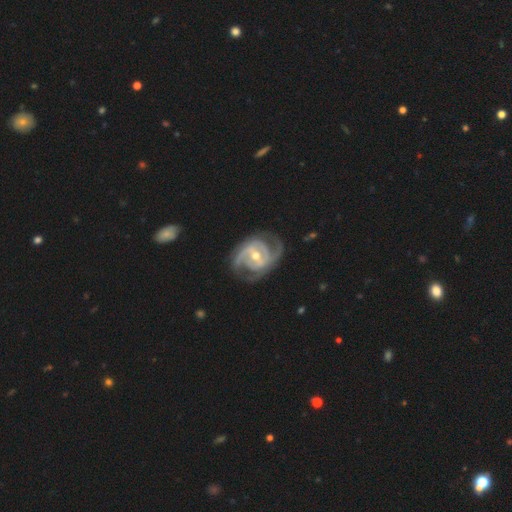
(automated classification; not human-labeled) The model was most divided on "spiral winding" (2-way tie): medium: 45%, tight: 45%, loose: 10%. Remaining: edge-on disk — no (97%); spiral arms — yes (97%); smooth or featured — featured or disk (92%); merging — none (72%); bulge size — moderate (63%); spiral arm count — 2 (57%); bar — weak (44%).